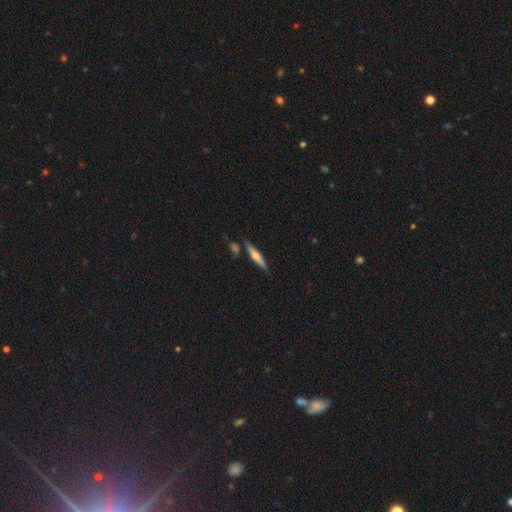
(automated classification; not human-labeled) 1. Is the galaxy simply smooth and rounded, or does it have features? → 51% featured or disk, 43% smooth, 6% star or artifact.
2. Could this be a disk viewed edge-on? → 95% yes, 5% no.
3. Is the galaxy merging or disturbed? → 80% none, 11% minor disturbance, 7% merger, 2% major disturbance.